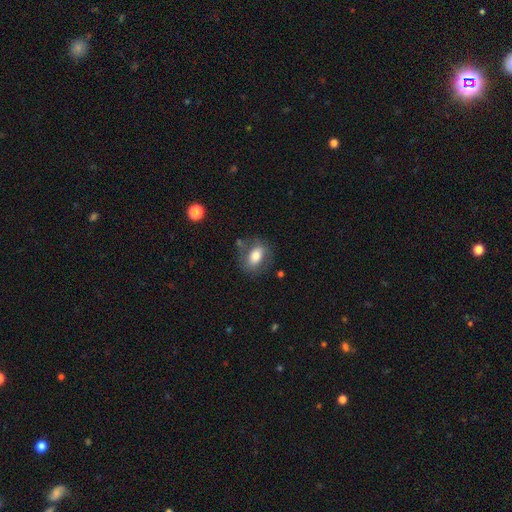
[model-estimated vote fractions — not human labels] Q: Smooth or featured?
A: smooth (73%); runner-up: featured or disk (19%)
Q: How rounded?
A: in between (82%); runner-up: round (15%)
Q: Merging?
A: none (70%); runner-up: minor disturbance (17%)